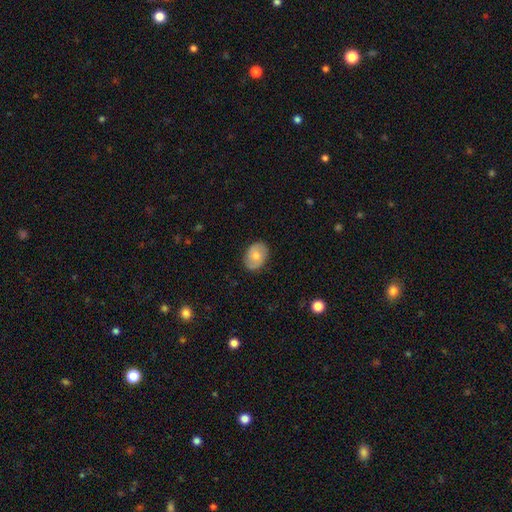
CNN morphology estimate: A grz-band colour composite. It shows a smooth galaxy with no disk features (63%) that is in between round and cigar-shaped (75%). Merging: none (85%).